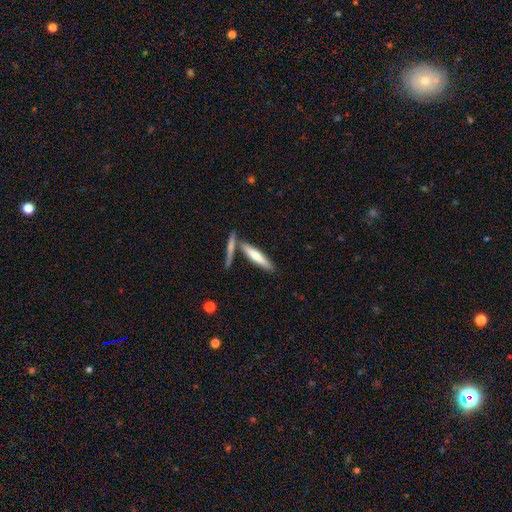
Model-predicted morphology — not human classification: Smooth or featured: smooth — 60% (featured or disk — 34%)
How rounded: cigar-shaped — 87% (in between — 12%)
Merging: none — 66% (merger — 21%)